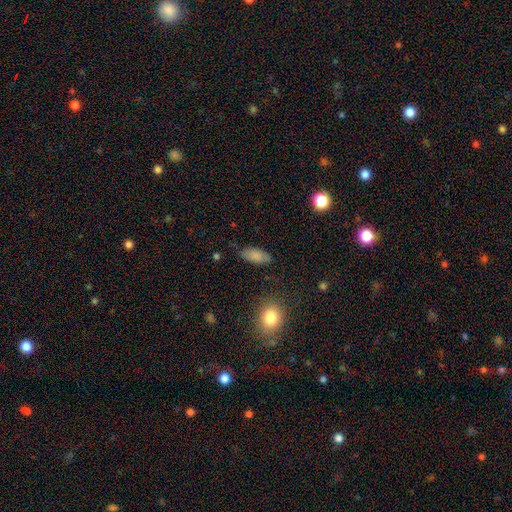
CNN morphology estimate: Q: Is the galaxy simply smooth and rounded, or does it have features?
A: smooth — 82%.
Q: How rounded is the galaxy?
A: in between — 88%.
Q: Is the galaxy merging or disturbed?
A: none — 79%.